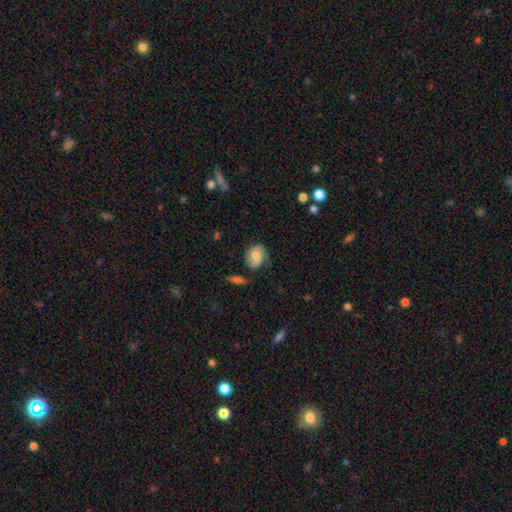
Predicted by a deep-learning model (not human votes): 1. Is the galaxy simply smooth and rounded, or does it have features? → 58% featured or disk, 35% smooth, 7% star or artifact.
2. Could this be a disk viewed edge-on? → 97% no, 3% yes.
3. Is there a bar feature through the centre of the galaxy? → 66% no, 28% weak, 6% strong.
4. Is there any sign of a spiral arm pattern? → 87% yes, 13% no.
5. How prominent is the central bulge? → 67% moderate, 19% small, 10% large, 3% none, 1% dominant.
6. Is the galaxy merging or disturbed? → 62% none, 25% minor disturbance, 11% major disturbance, 3% merger.